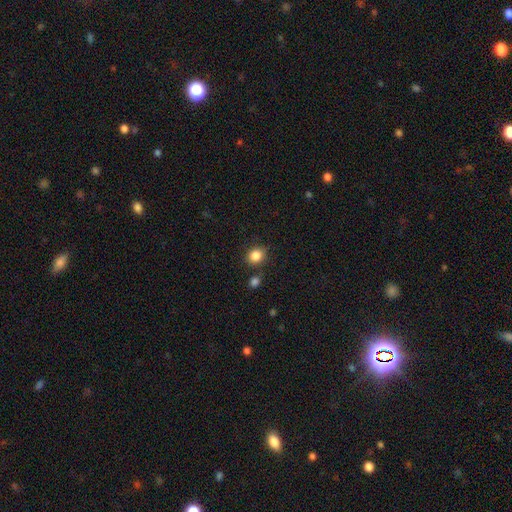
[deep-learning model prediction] Morphology: type=smooth (85%); roundness=round (67%); merging=none (79%).